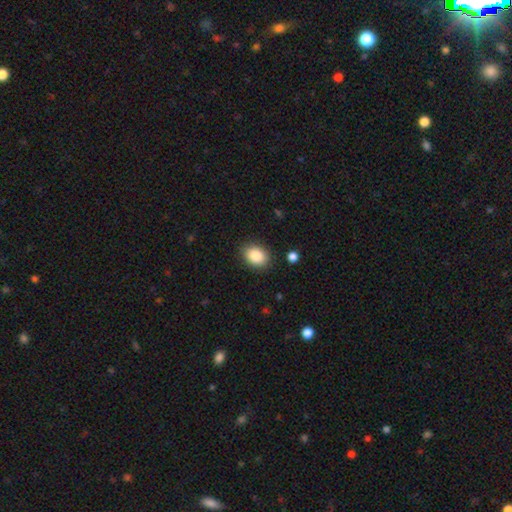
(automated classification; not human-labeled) The model was most divided on "how rounded": in between: 70%, round: 29%, cigar-shaped: 1%. More confident: smooth or featured — smooth (87%); merging — none (86%).